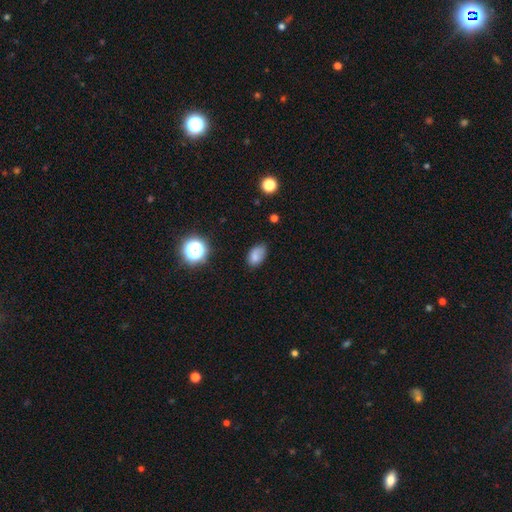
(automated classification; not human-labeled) smooth-or-featured: smooth: 76% | star or artifact: 13% | featured or disk: 11%
  how-rounded: in between: 83% | round: 15% | cigar-shaped: 1%
  merging: none: 62% | minor disturbance: 28% | major disturbance: 7% | merger: 3%